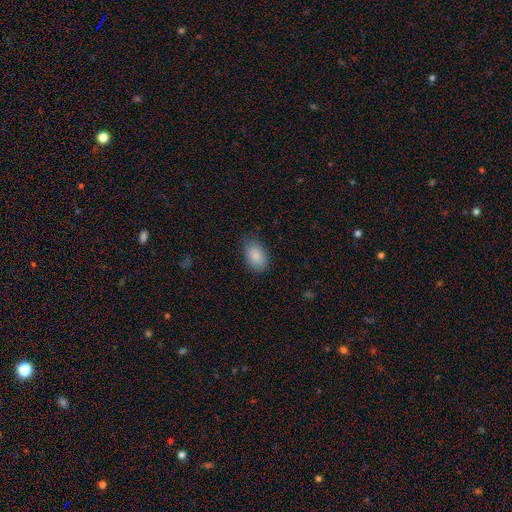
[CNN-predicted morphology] smooth_or_featured: smooth (p=0.87) [alt: star or artifact p=0.07]
how_rounded: in between (p=0.89) [alt: round p=0.10]
merging: none (p=0.79) [alt: minor disturbance p=0.17]